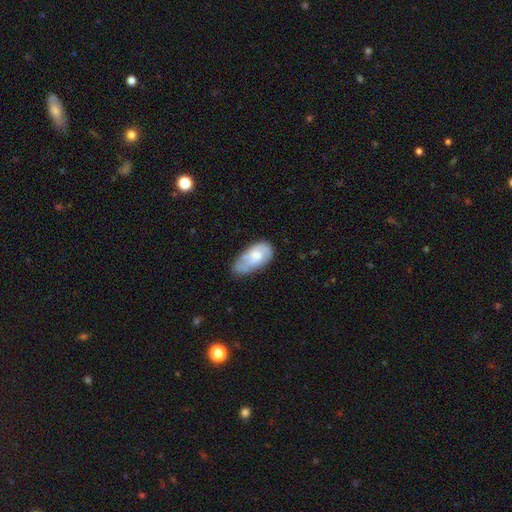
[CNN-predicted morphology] A smooth galaxy with no disk features (60%) that is in between round and cigar-shaped (92%). Merging: minor disturbance (41%).